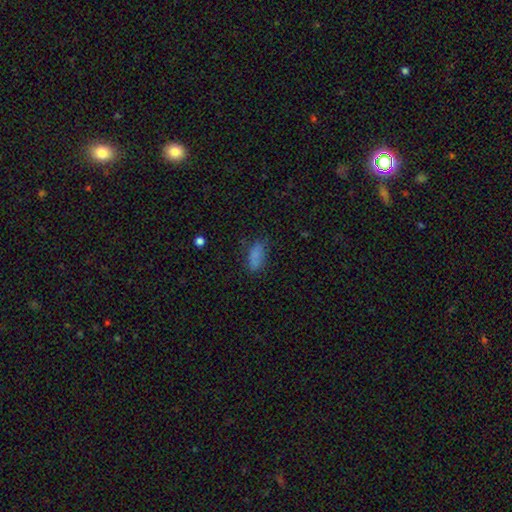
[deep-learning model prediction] Smooth or featured: smooth — 80% (star or artifact — 12%)
How rounded: in between — 84% (cigar-shaped — 13%)
Merging: none — 69% (minor disturbance — 21%)